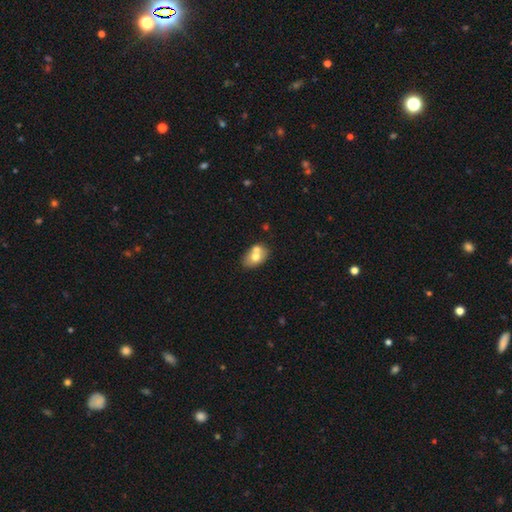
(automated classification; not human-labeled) A smooth galaxy with no disk features (66%) that is in between round and cigar-shaped (79%). Merging: none (42%).